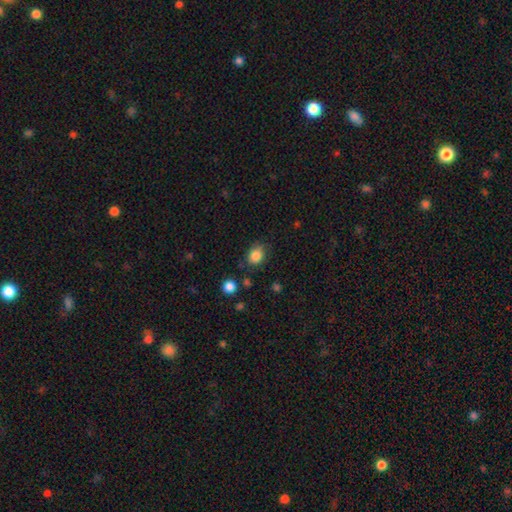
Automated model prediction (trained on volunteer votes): A smooth galaxy with no disk features (84%) that is round (55%). Merging: none (75%).